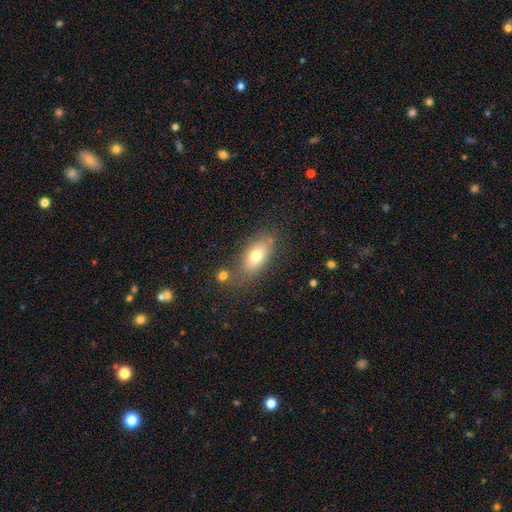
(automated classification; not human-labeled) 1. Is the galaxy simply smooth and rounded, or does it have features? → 72% smooth, 19% featured or disk, 9% star or artifact.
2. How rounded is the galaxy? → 84% in between, 8% cigar-shaped, 7% round.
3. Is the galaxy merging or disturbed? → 66% none, 17% minor disturbance, 10% merger, 7% major disturbance.